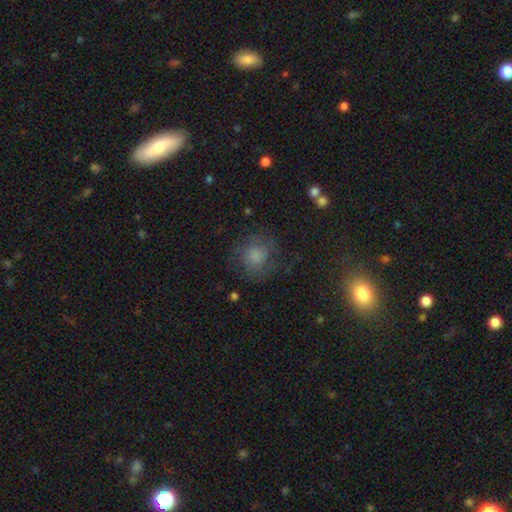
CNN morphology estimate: A smooth galaxy with no disk features (66%) that is round (85%).

Vote fractions:
- Smooth or featured? smooth: 66% / featured or disk: 21% / star or artifact: 13%
- How rounded? round: 85% / in between: 14% / cigar-shaped: 1%
- Merging? none: 66% / minor disturbance: 18% / major disturbance: 14% / merger: 2%